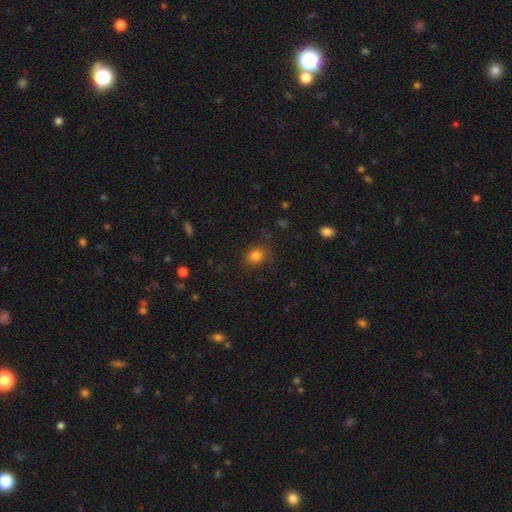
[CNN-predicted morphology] type=smooth (81%); roundness=round (66%); merging=none (77%).